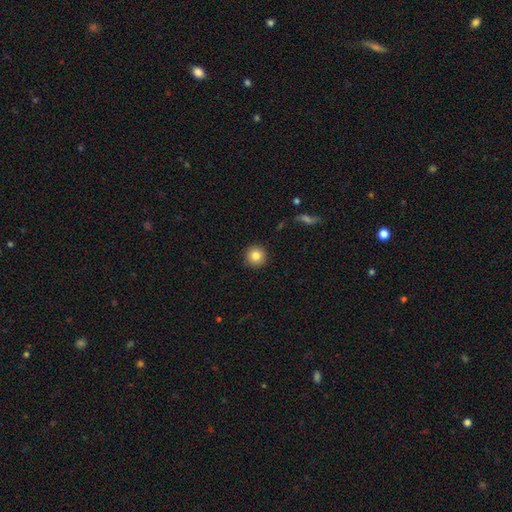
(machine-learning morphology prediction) This appears to be a smooth galaxy with no disk features (84%) that is round (96%). Merging: none (92%).